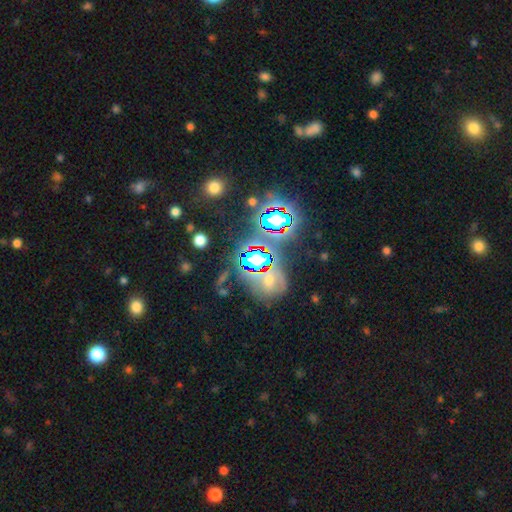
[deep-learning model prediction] Smooth or featured? star or artifact (65%)